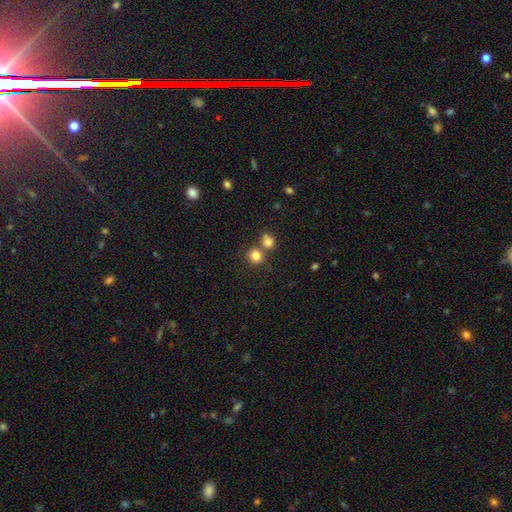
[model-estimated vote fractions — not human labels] Q: Smooth or featured?
A: smooth (82%); runner-up: star or artifact (12%)
Q: How rounded?
A: round (87%); runner-up: in between (12%)
Q: Merging?
A: none (62%); runner-up: merger (28%)